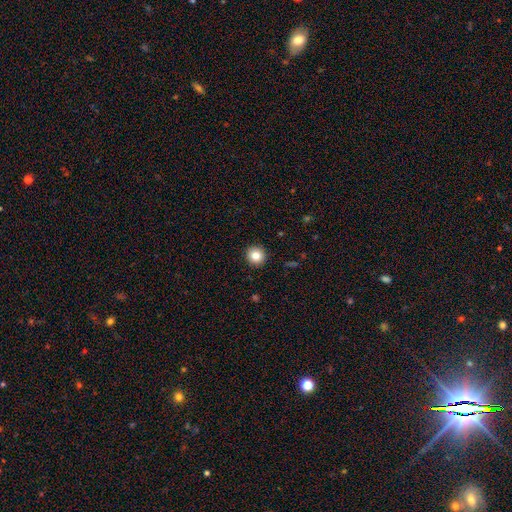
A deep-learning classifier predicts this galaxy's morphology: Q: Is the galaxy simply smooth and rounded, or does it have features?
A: smooth — 81%.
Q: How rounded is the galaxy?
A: round — 95%.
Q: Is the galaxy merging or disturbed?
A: none — 93%.